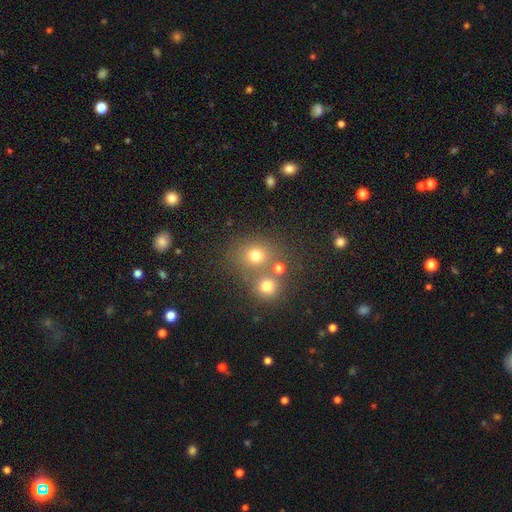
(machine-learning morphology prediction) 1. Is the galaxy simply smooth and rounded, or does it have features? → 71% smooth, 20% star or artifact, 10% featured or disk.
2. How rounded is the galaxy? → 80% round, 19% in between, 1% cigar-shaped.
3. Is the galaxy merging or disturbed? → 61% none, 26% merger, 9% minor disturbance, 4% major disturbance.